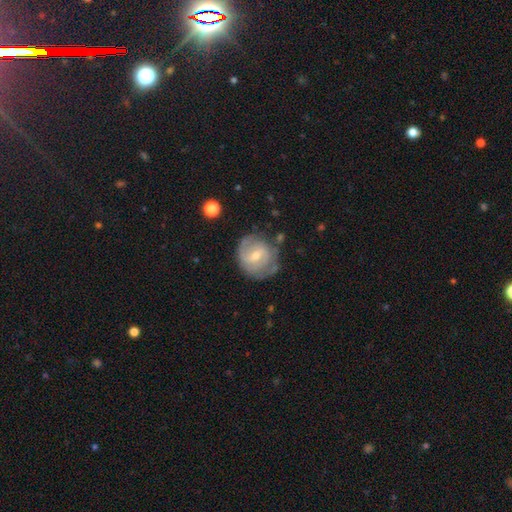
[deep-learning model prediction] Smooth or featured?
  - featured or disk: 72% *
  - smooth: 22%
  - star or artifact: 6%
Edge-on disk?
  - no: 97% *
  - yes: 3%
Bar?
  - weak: 60% *
  - no: 24%
  - strong: 16%
Spiral arms?
  - yes: 85% *
  - no: 15%
Spiral winding?
  - tight: 51% *
  - medium: 36%
  - loose: 13%
Spiral arm count?
  - 2: 55% *
  - can't tell: 27%
  - 3: 7%
  - 1: 6%
  - 4: 2%
  - more than 4: 2%
Bulge size?
  - moderate: 48% * (tied)
  - small: 48% * (tied)
  - large: 2%
  - none: 1%
  - dominant: 1%
Merging?
  - none: 62% *
  - minor disturbance: 24%
  - major disturbance: 11%
  - merger: 3%